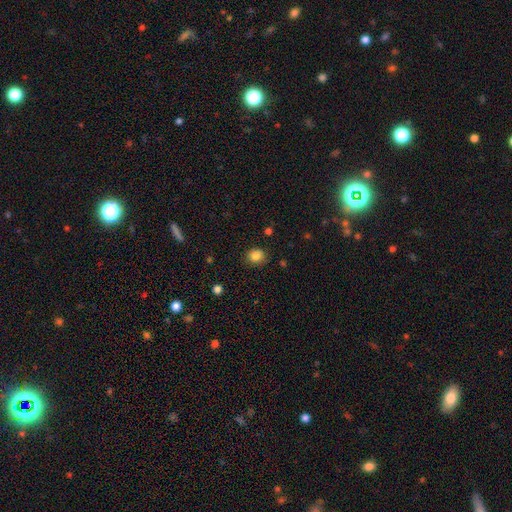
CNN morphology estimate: Overall: smooth (85%). How rounded: round (67%; in between 32%). Merging: none (83%).